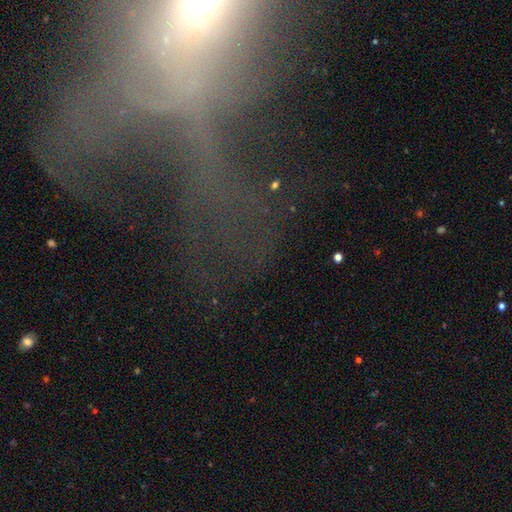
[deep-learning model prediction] featured or disk 45%, star or artifact 37%, smooth 18%. Down the decision tree: merging — none (53%).